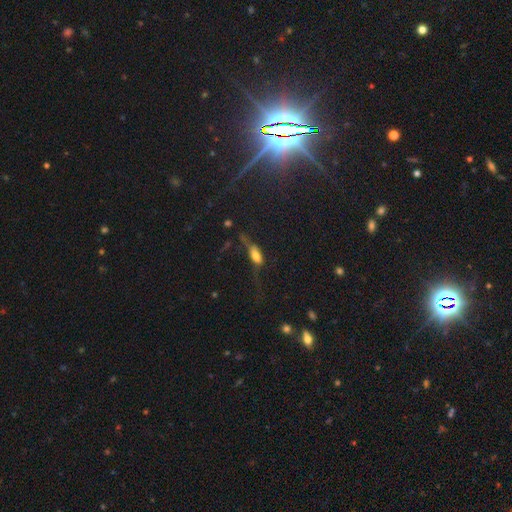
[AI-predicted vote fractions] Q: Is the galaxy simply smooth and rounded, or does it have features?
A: smooth — 58%.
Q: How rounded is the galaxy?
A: in between — 70%.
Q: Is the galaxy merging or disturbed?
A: major disturbance — 41%.